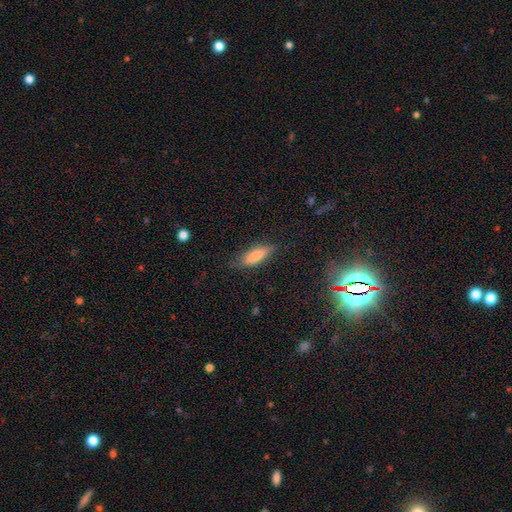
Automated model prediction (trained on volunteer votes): The model was most divided on "how rounded": in between: 50%, cigar-shaped: 48%, round: 2%. More confident: merging — none (76%); smooth or featured — smooth (73%).